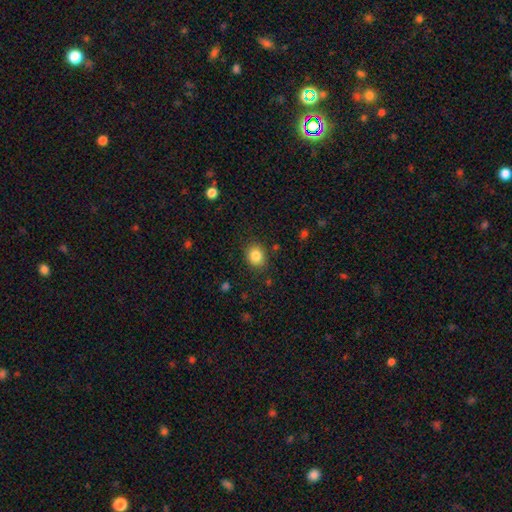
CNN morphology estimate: smooth_or_featured: smooth (p=0.85) [alt: star or artifact p=0.10]
how_rounded: round (p=0.64) [alt: in between p=0.35]
merging: none (p=0.85) [alt: minor disturbance p=0.11]